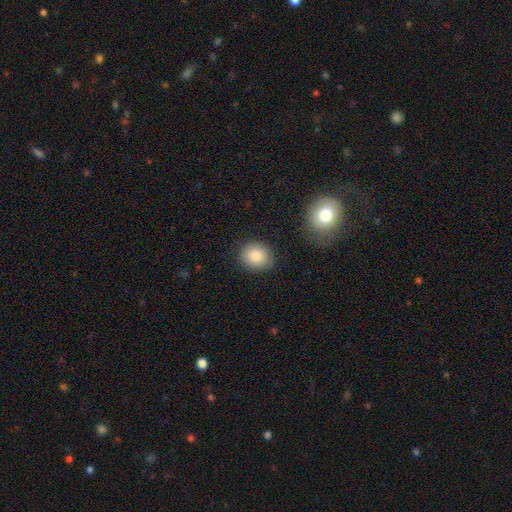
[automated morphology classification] A smooth galaxy with no disk features (85%) that is round (75%).

Vote fractions:
- Smooth or featured? smooth: 85% / star or artifact: 9% / featured or disk: 6%
- How rounded? round: 75% / in between: 24% / cigar-shaped: 1%
- Merging? none: 86% / minor disturbance: 9% / major disturbance: 3% / merger: 2%